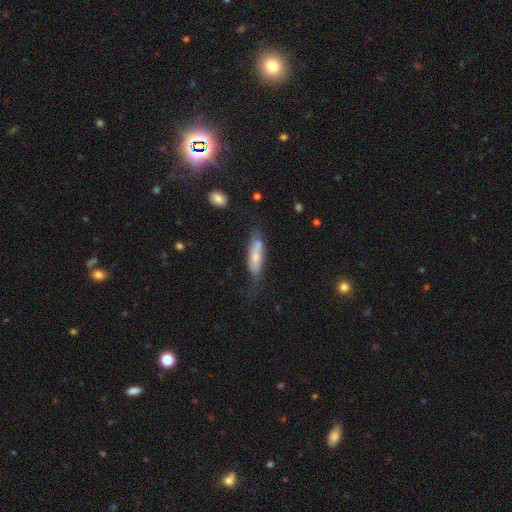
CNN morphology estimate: This is likely a smooth galaxy (61%). How rounded: possibly cigar-shaped (52%). Merging: marginally none (43%).